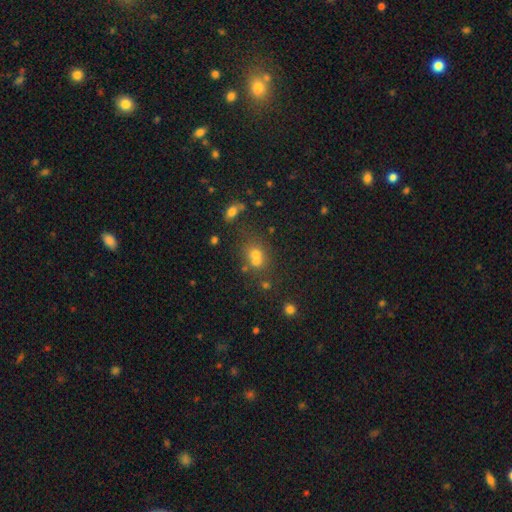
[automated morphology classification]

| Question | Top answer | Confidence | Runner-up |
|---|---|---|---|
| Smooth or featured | smooth | 61% | star or artifact (23%) |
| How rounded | round | 69% | in between (29%) |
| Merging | merger | 48% | none (39%) |